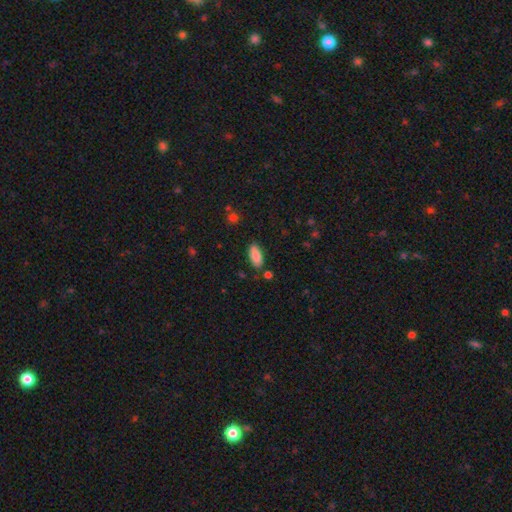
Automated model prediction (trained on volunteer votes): Smooth or featured? Predicted: smooth (p=0.87). How rounded? Predicted: in between (p=0.84). Merging? Predicted: none (p=0.83).